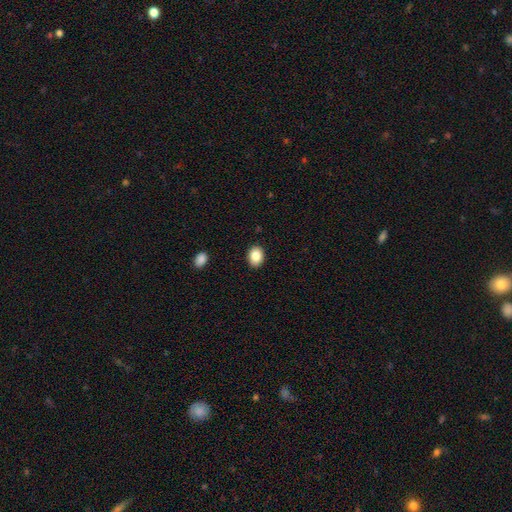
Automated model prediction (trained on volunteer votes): The model was most divided on "how rounded": in between: 67%, round: 32%, cigar-shaped: 1%. More confident: merging — none (89%); smooth or featured — smooth (86%).